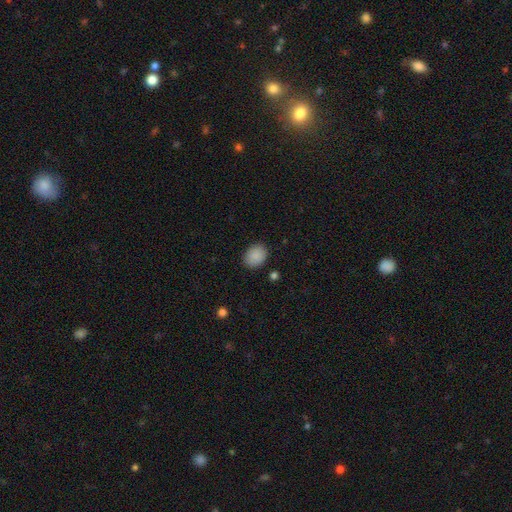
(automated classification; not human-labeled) Smooth or featured: smooth — 89% (star or artifact — 8%)
How rounded: in between — 55% (round — 44%)
Merging: none — 87% (minor disturbance — 10%)